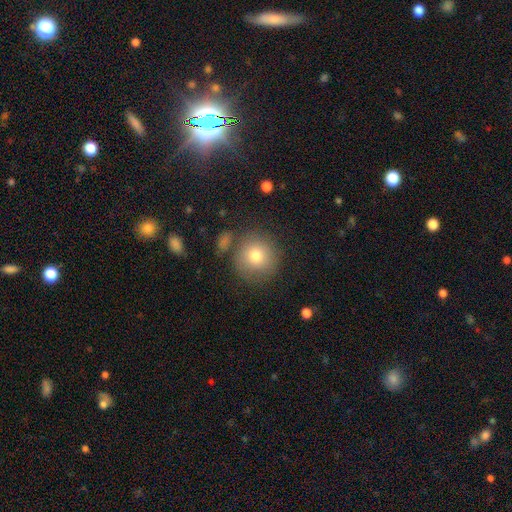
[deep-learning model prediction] The model was most divided on "merging": none: 76%, minor disturbance: 13%, merger: 7%, major disturbance: 5%. More confident: how rounded — round (93%); smooth or featured — smooth (77%).